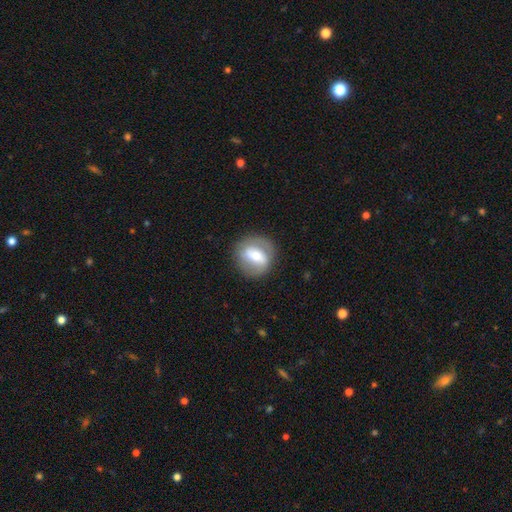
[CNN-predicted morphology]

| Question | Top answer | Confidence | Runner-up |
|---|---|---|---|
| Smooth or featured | featured or disk | 54% | smooth (39%) |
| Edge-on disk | no | 92% | yes (8%) |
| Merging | none | 81% | minor disturbance (12%) |